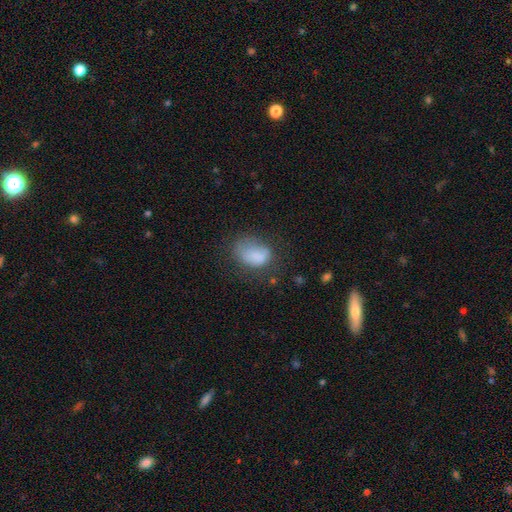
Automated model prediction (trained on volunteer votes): smooth_or_featured: smooth (p=0.75) [alt: featured or disk p=0.15]
how_rounded: in between (p=0.74) [alt: round p=0.25]
merging: none (p=0.40) [alt: minor disturbance p=0.29]